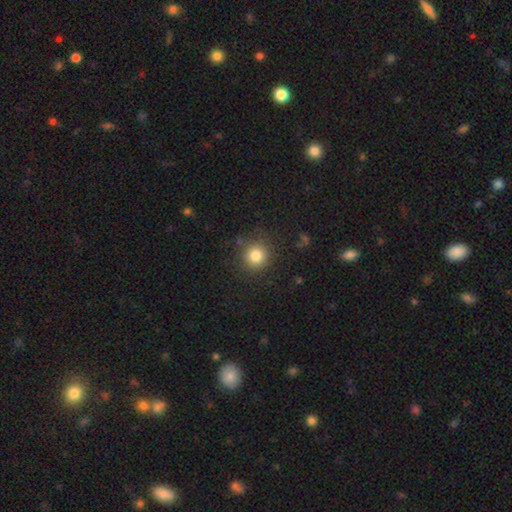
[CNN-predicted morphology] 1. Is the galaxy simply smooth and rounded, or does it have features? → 83% smooth, 12% star or artifact, 5% featured or disk.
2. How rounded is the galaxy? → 92% round, 7% in between, 1% cigar-shaped.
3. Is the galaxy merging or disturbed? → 86% none, 8% minor disturbance, 3% major disturbance, 2% merger.